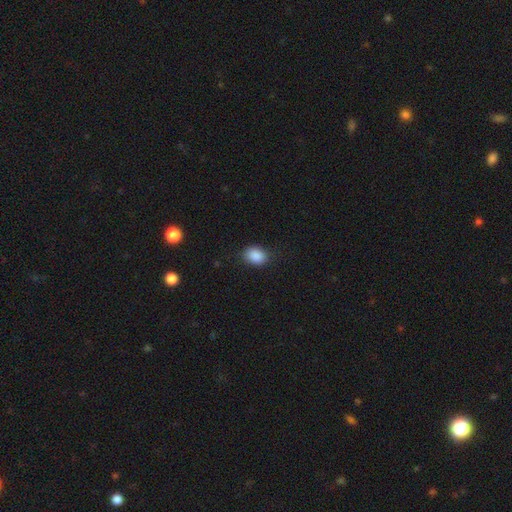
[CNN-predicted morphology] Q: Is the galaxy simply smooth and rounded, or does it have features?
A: smooth — 88%.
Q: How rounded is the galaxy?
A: in between — 68%.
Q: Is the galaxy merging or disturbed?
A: none — 83%.